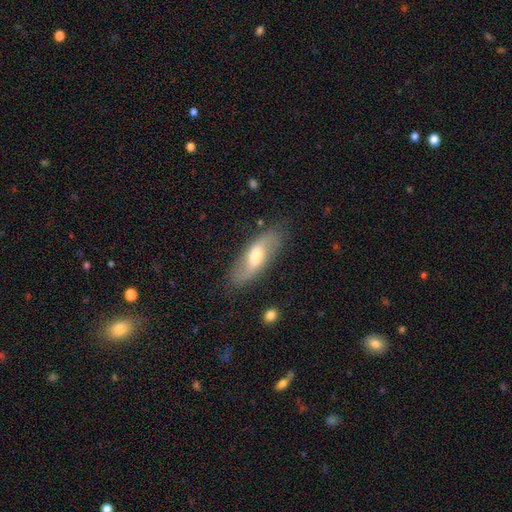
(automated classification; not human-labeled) Smooth or featured: featured or disk — 55% (smooth — 38%)
Edge-on disk: no — 79% (yes — 21%)
Merging: none — 81% (minor disturbance — 14%)